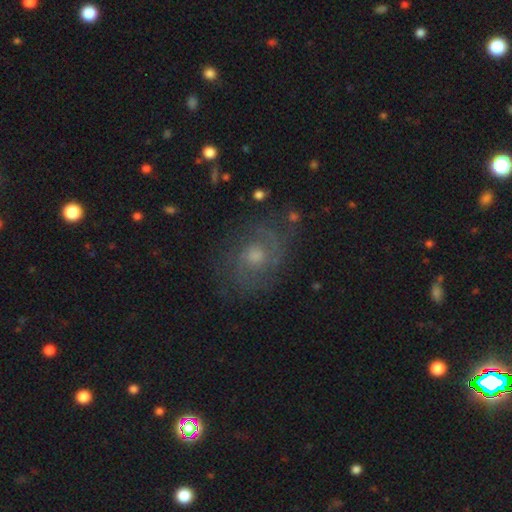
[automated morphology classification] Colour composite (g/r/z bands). It shows a featured or disk galaxy (65%) with no bar (76%), 2 (52%) medium (42%, tied with tight) spiral arms (84%) and a moderate central bulge (57%). Merging: none (72%).